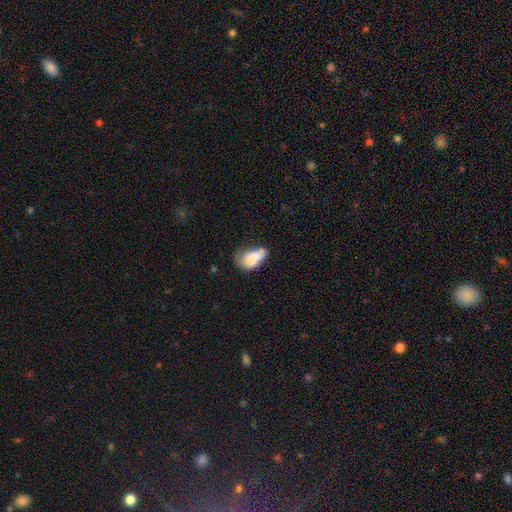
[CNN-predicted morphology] Smooth or featured: smooth — 72% (featured or disk — 20%)
How rounded: in between — 87% (round — 10%)
Merging: merger — 31% (none — 28%)